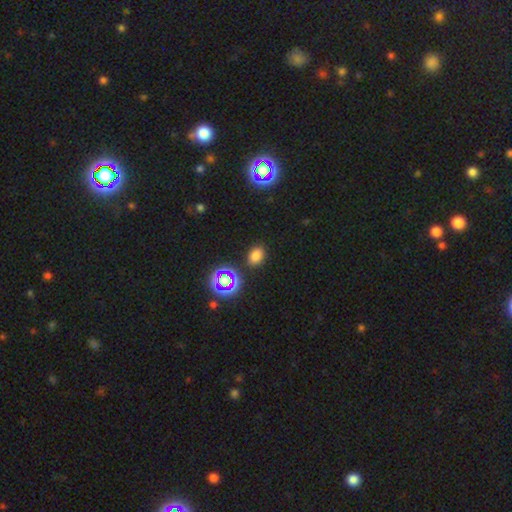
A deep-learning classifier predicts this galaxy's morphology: Smooth or featured?
  - smooth: 72% *
  - star or artifact: 22%
  - featured or disk: 6%
How rounded?
  - in between: 67% *
  - round: 31%
  - cigar-shaped: 1%
Merging?
  - none: 85% *
  - minor disturbance: 9%
  - major disturbance: 3%
  - merger: 2%